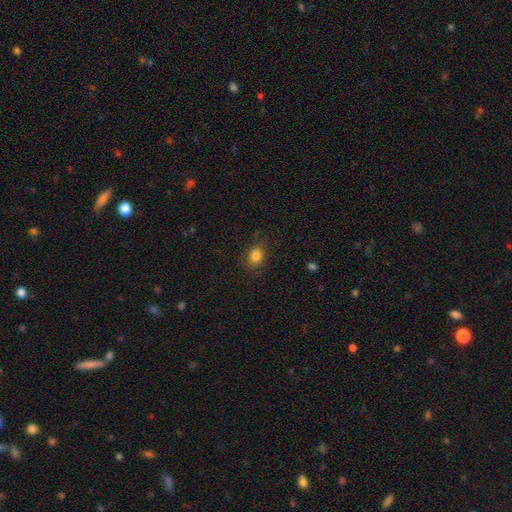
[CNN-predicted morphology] The model was most divided on "how rounded": in between: 57%, round: 42%, cigar-shaped: 1%. More confident: smooth or featured — smooth (83%); merging — none (83%).